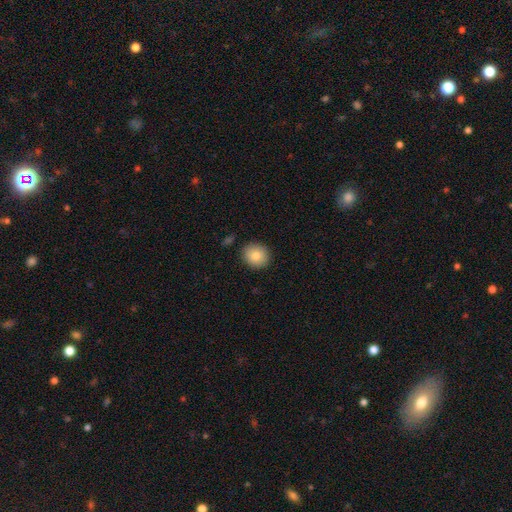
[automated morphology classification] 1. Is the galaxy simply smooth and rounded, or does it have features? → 84% smooth, 8% star or artifact, 8% featured or disk.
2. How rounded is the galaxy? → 84% round, 15% in between, 1% cigar-shaped.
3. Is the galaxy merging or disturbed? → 90% none, 7% minor disturbance, 2% major disturbance, 1% merger.